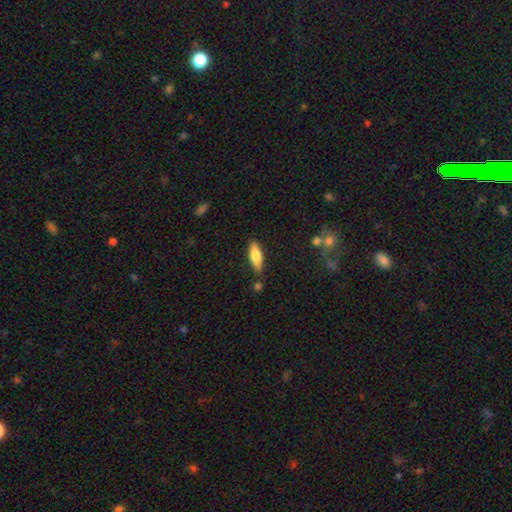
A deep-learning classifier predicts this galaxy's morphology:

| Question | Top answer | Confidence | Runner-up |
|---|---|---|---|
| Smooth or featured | smooth | 71% | featured or disk (22%) |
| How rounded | in between | 56% | cigar-shaped (42%) |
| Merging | none | 82% | minor disturbance (12%) |